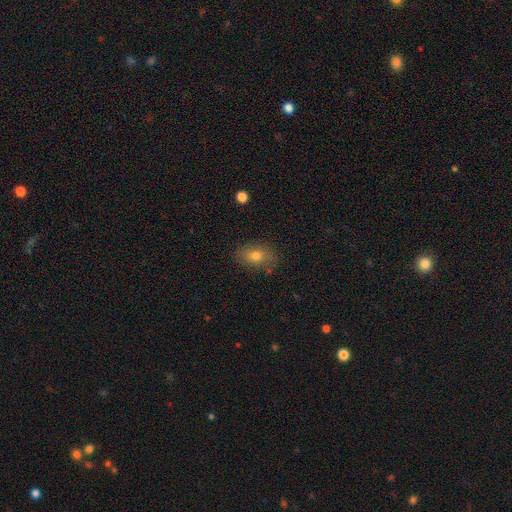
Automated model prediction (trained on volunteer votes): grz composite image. It shows a smooth galaxy with no disk features (73%) that is in between round and cigar-shaped (80%). Merging: none (82%).